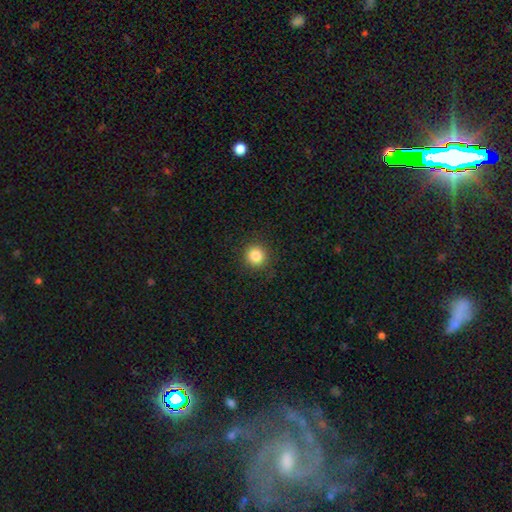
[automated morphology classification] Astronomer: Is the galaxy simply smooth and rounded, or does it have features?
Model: smooth — 84%.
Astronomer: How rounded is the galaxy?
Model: round — 93%.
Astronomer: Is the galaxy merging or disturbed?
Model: none — 91%.